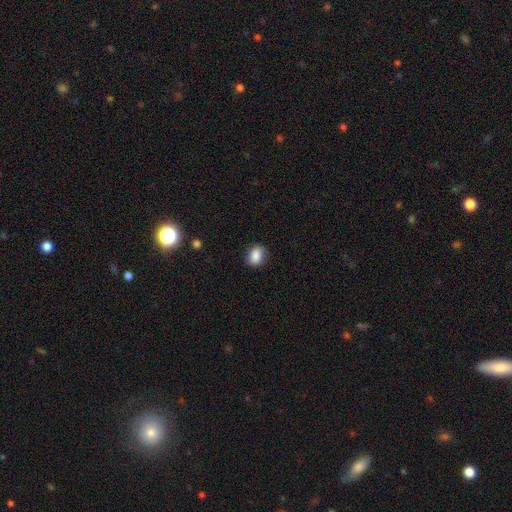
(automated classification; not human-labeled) This appears to be a smooth galaxy with no disk features (86%) that is in between round and cigar-shaped (61%). Merging: none (83%).